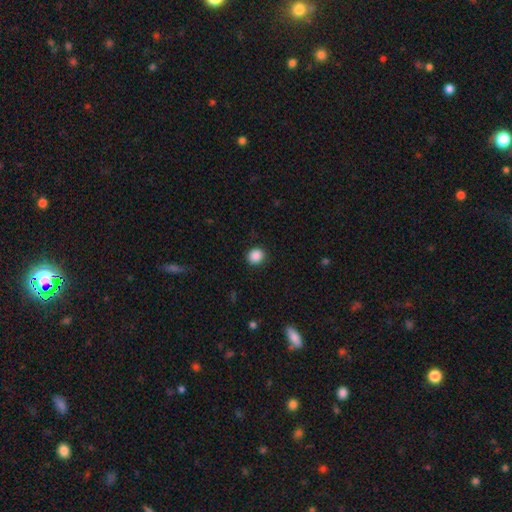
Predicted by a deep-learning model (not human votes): A smooth galaxy with no disk features (88%) that is round (81%). Merging: none (89%).